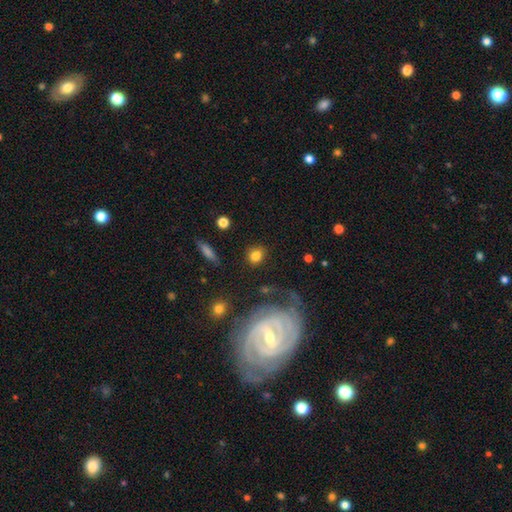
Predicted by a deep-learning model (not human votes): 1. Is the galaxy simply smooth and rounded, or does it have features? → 79% smooth, 11% featured or disk, 10% star or artifact.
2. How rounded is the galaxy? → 71% round, 27% in between, 2% cigar-shaped.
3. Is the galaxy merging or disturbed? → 80% none, 10% minor disturbance, 5% major disturbance, 4% merger.